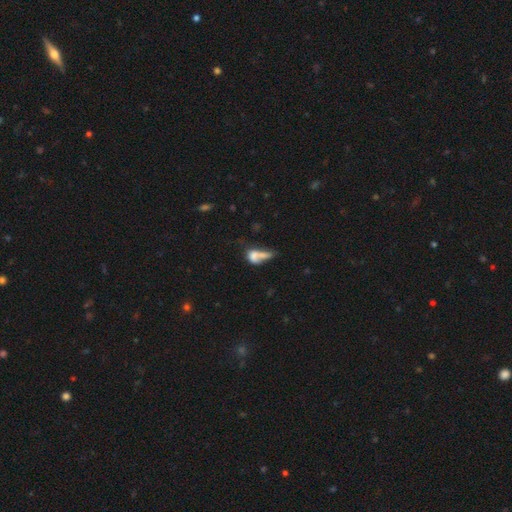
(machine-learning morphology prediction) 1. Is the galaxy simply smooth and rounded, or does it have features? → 62% smooth, 26% featured or disk, 12% star or artifact.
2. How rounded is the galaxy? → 66% in between, 19% round, 14% cigar-shaped.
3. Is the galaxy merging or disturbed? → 51% merger, 19% none, 18% major disturbance, 11% minor disturbance.